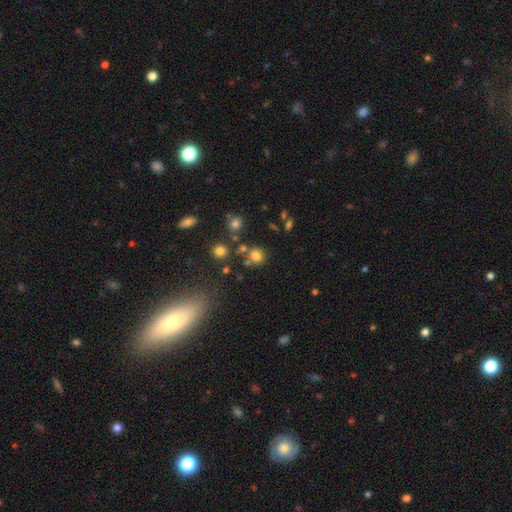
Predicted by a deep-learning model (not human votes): smooth_or_featured: smooth (p=0.75) [alt: star or artifact p=0.17]
how_rounded: round (p=0.80) [alt: in between p=0.19]
merging: none (p=0.68) [alt: merger p=0.16]